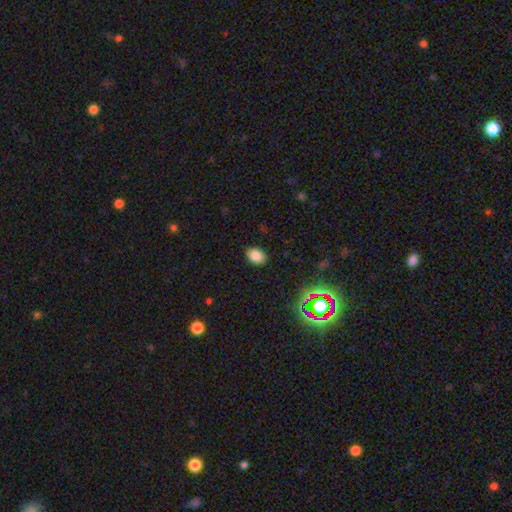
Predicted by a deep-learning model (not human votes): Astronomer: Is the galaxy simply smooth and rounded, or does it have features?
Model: smooth — 80%.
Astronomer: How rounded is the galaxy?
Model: in between — 71%.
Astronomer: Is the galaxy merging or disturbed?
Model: none — 88%.